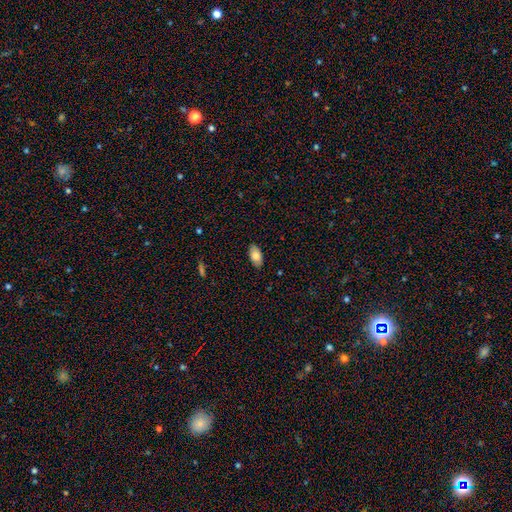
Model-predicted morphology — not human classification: smooth_or_featured: smooth (p=0.80) [alt: featured or disk p=0.13]
how_rounded: in between (p=0.94) [alt: round p=0.04]
merging: none (p=0.87) [alt: minor disturbance p=0.10]